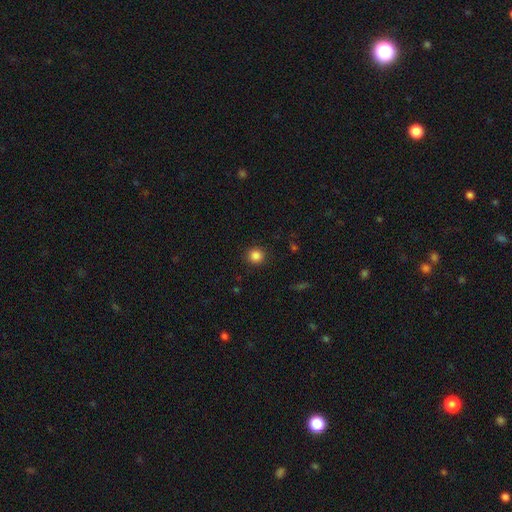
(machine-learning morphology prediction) Smooth or featured: smooth — 85% (star or artifact — 12%)
How rounded: round — 93% (in between — 7%)
Merging: none — 91% (minor disturbance — 6%)